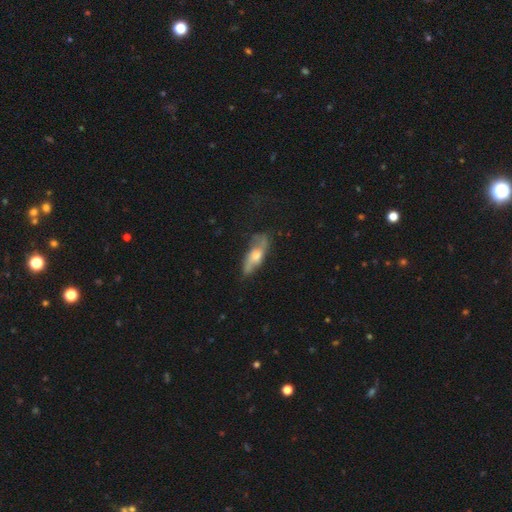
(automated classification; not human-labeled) Smooth or featured? featured or disk (58%)
Edge-on disk? no (62%)
Merging? none (68%)